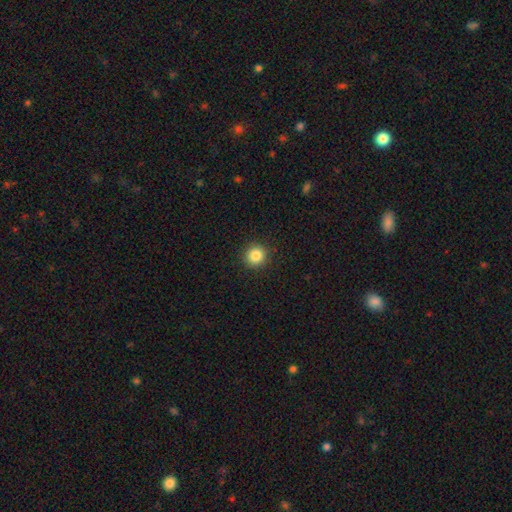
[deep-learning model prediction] smooth_or_featured: smooth (p=0.85) [alt: star or artifact p=0.10]
how_rounded: round (p=0.94) [alt: in between p=0.06]
merging: none (p=0.92) [alt: minor disturbance p=0.05]